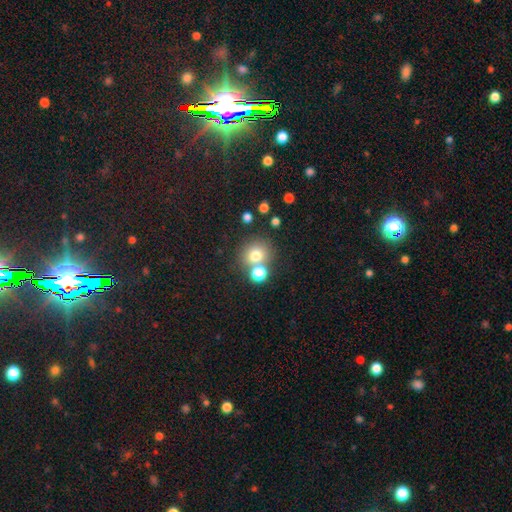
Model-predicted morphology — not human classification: Smooth or featured?
  - smooth: 74% *
  - star or artifact: 15%
  - featured or disk: 11%
How rounded?
  - round: 85% *
  - in between: 14%
  - cigar-shaped: 1%
Merging?
  - none: 63% *
  - merger: 25%
  - minor disturbance: 9%
  - major disturbance: 4%